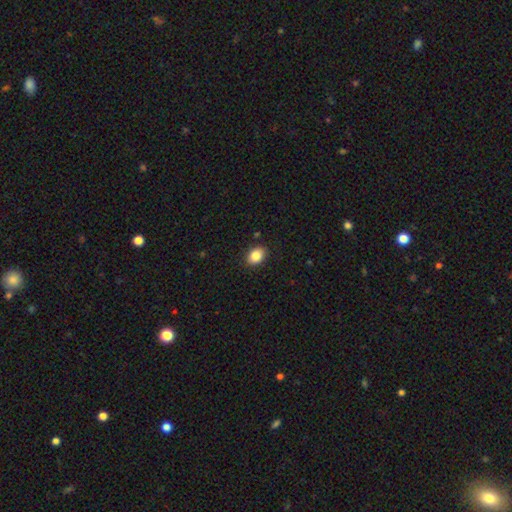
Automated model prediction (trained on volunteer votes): smooth_or_featured: smooth (p=0.86) [alt: star or artifact p=0.09]
how_rounded: in between (p=0.76) [alt: round p=0.23]
merging: none (p=0.89) [alt: minor disturbance p=0.08]